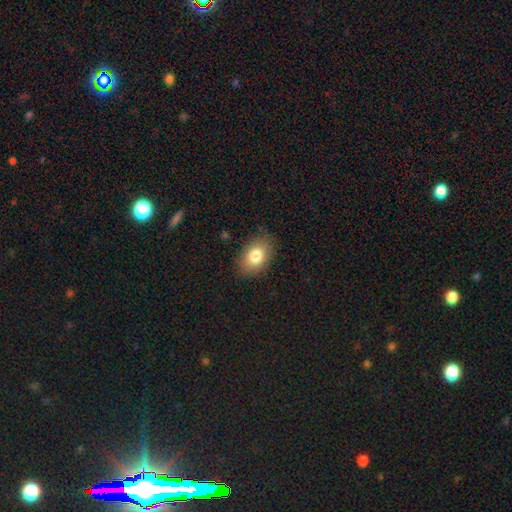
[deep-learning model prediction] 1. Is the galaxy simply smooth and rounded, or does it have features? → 80% smooth, 11% featured or disk, 8% star or artifact.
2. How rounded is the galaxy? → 85% in between, 14% round, 1% cigar-shaped.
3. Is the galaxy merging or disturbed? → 85% none, 11% minor disturbance, 3% major disturbance, 1% merger.